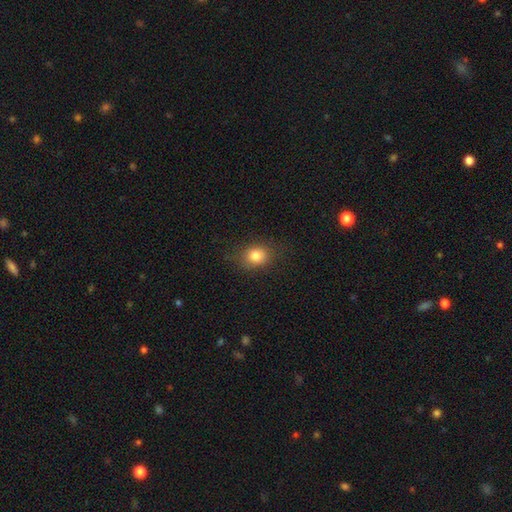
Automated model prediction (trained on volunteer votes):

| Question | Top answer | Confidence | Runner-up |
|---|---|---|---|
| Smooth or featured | smooth | 81% | star or artifact (11%) |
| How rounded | round | 57% | in between (42%) |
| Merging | none | 79% | minor disturbance (15%) |